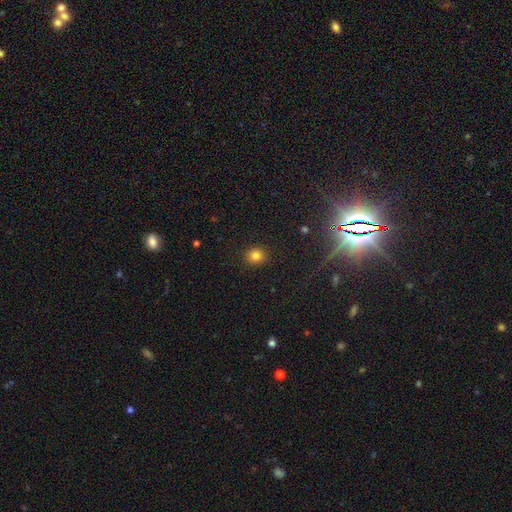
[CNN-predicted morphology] A smooth galaxy with no disk features (82%) that is round (83%).

Vote fractions:
- Smooth or featured? smooth: 82% / star or artifact: 13% / featured or disk: 6%
- How rounded? round: 83% / in between: 16% / cigar-shaped: 1%
- Merging? none: 91% / minor disturbance: 6% / major disturbance: 2% / merger: 1%